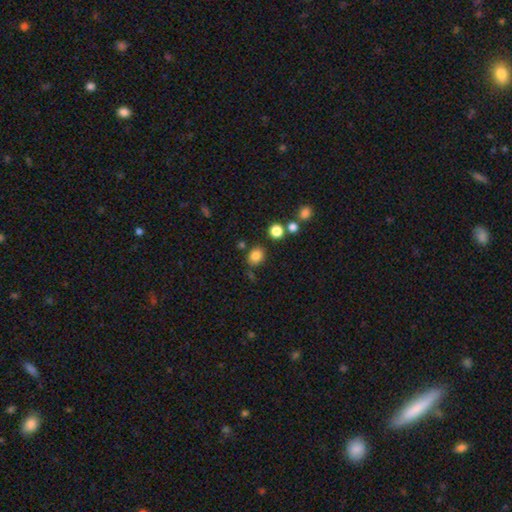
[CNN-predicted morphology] type=smooth (83%); roundness=round (66%); merging=none (78%).